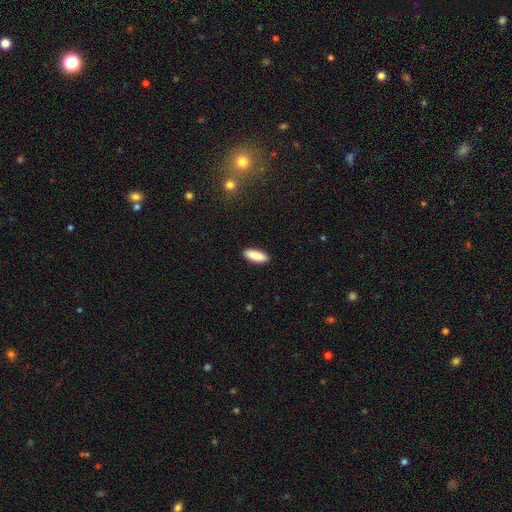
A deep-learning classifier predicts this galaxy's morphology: A smooth galaxy with no disk features (89%) that is in between round and cigar-shaped (64%). Merging: none (90%).